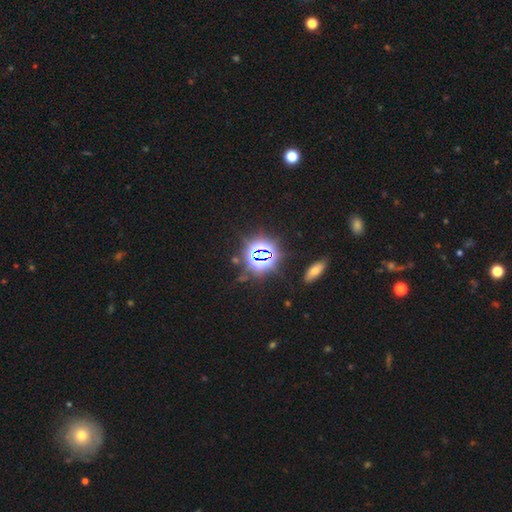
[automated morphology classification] This is likely a star or artifact rather than a galaxy (78%).